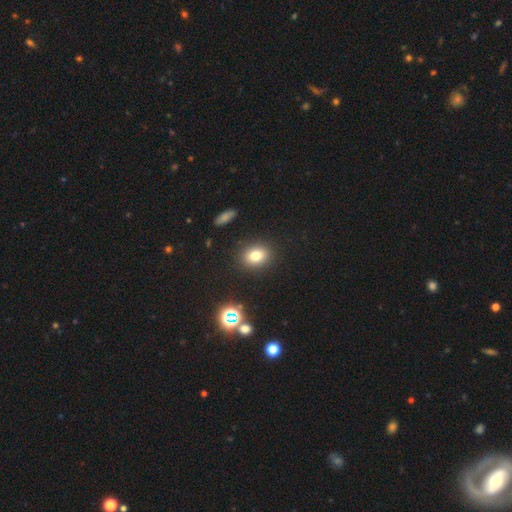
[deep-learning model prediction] Morphology: type=smooth (76%); roundness=in between (56%); merging=none (88%).